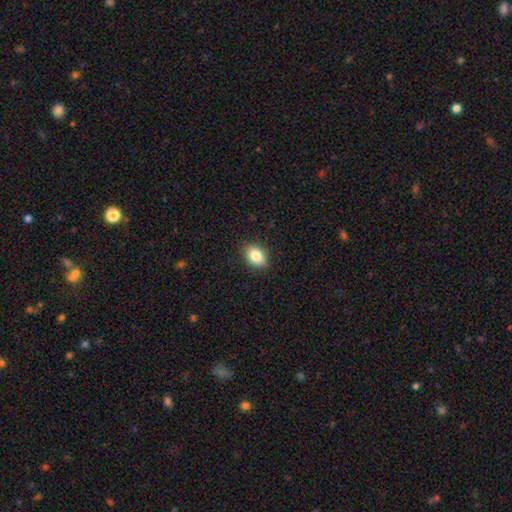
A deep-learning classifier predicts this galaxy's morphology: The model was most divided on "how rounded": in between: 71%, round: 28%, cigar-shaped: 1%. More confident: merging — none (89%); smooth or featured — smooth (85%).